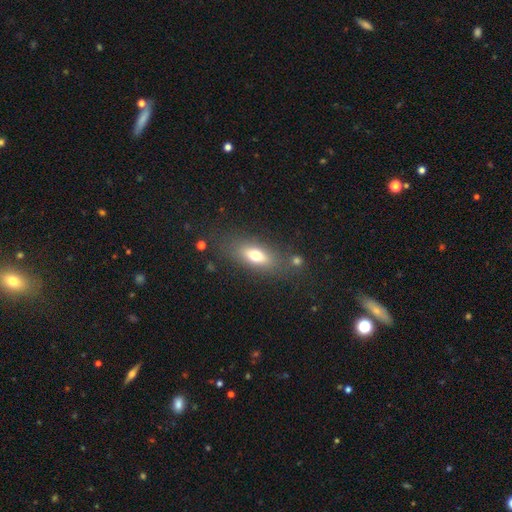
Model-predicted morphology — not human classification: Q: Smooth or featured?
A: smooth (69%); runner-up: featured or disk (21%)
Q: How rounded?
A: in between (72%); runner-up: cigar-shaped (21%)
Q: Merging?
A: none (75%); runner-up: minor disturbance (13%)